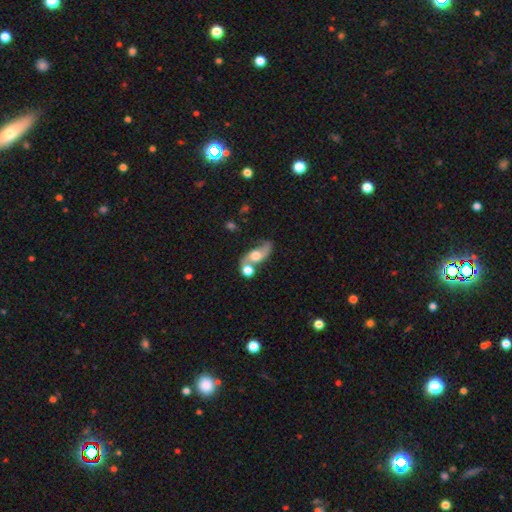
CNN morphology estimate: Smooth or featured?
  - featured or disk: 62% *
  - smooth: 29%
  - star or artifact: 9%
Edge-on disk?
  - no: 90% *
  - yes: 10%
Bar?
  - no: 71% *
  - weak: 24%
  - strong: 6%
Spiral arms?
  - yes: 81% *
  - no: 19%
Bulge size?
  - moderate: 56% *
  - large: 27%
  - small: 11%
  - none: 3%
  - dominant: 3%
Merging?
  - none: 42% *
  - merger: 34%
  - minor disturbance: 15%
  - major disturbance: 9%